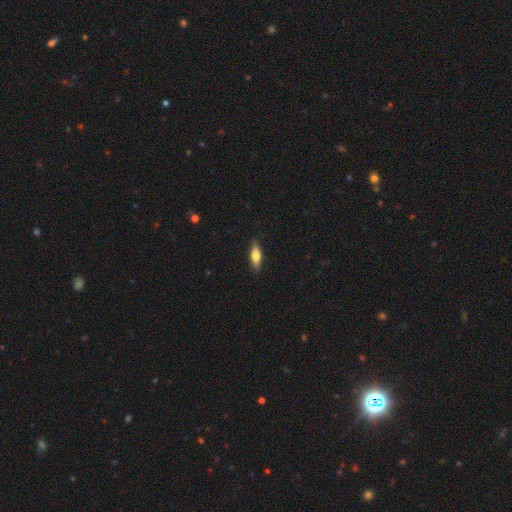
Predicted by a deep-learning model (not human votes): Q: Smooth or featured?
A: smooth (63%); runner-up: featured or disk (31%)
Q: How rounded?
A: cigar-shaped (50%); runner-up: in between (48%)
Q: Merging?
A: none (88%); runner-up: minor disturbance (9%)